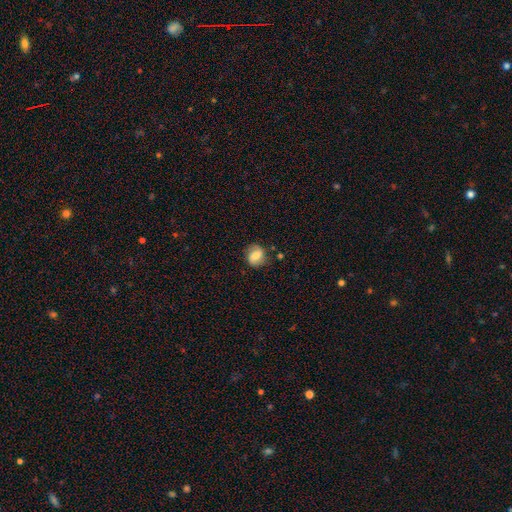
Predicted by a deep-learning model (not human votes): This appears to be a smooth galaxy with no disk features (59%) that is round (66%). Merging: none (76%).